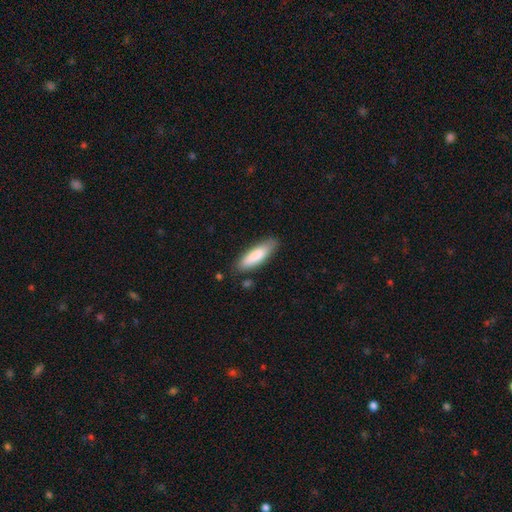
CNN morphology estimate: Q: Smooth or featured?
A: smooth (83%); runner-up: featured or disk (12%)
Q: How rounded?
A: cigar-shaped (56%); runner-up: in between (43%)
Q: Merging?
A: none (82%); runner-up: minor disturbance (14%)